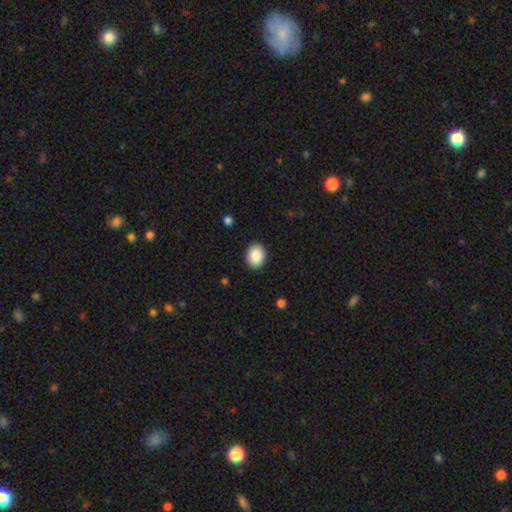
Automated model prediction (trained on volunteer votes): smooth 88%, star or artifact 8%, featured or disk 5%. Down the decision tree: how rounded — round (51%); merging — none (91%).